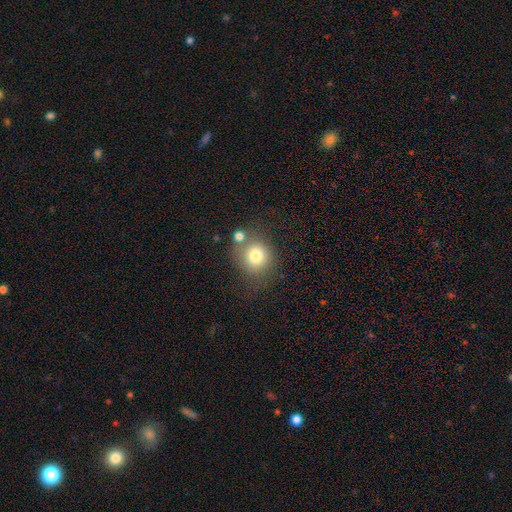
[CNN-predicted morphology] Smooth or featured: smooth — 78% (featured or disk — 12%)
How rounded: round — 84% (in between — 15%)
Merging: none — 59% (merger — 19%)